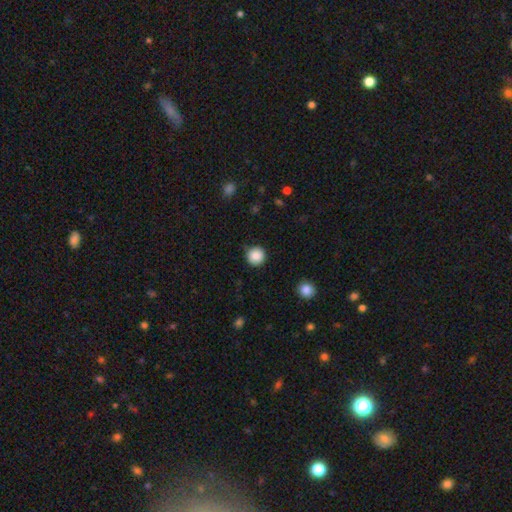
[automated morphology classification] A smooth galaxy with no disk features (87%) that is round (95%). Merging: none (88%).